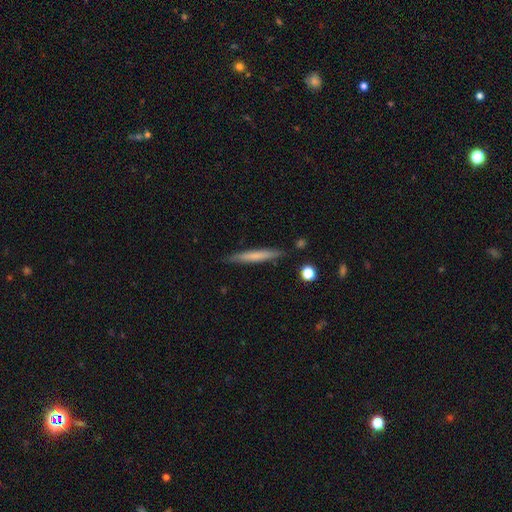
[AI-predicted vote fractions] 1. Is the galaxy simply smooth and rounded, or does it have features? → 63% smooth, 31% featured or disk, 6% star or artifact.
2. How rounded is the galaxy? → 96% cigar-shaped, 3% in between, 1% round.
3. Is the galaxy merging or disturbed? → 87% none, 9% minor disturbance, 2% merger, 2% major disturbance.